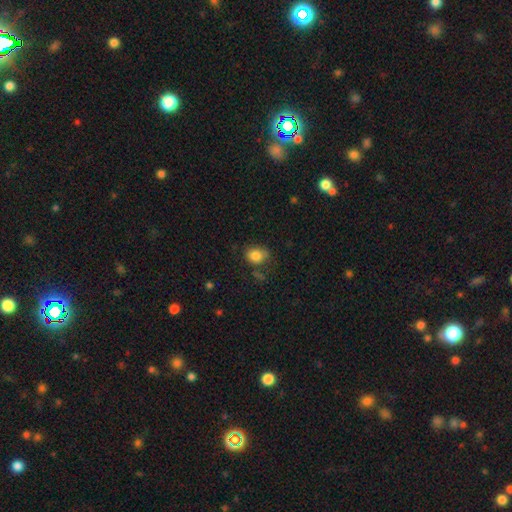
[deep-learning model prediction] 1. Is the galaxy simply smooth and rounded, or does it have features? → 82% smooth, 10% star or artifact, 8% featured or disk.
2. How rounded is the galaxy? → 54% round, 45% in between, 1% cigar-shaped.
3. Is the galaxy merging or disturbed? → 61% none, 26% minor disturbance, 8% major disturbance, 5% merger.